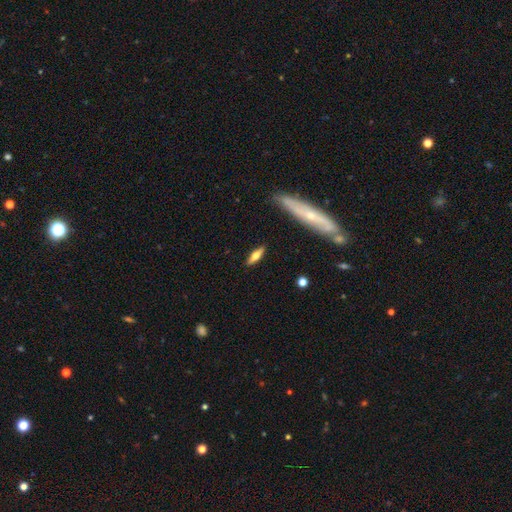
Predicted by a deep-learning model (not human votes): Morphology: type=smooth (48%); merging=none (86%).